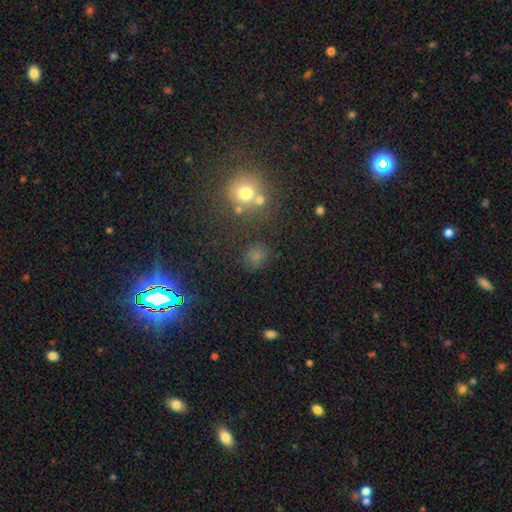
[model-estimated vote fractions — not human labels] Smooth or featured? smooth (67%)
How rounded? round (74%)
Merging? none (78%)